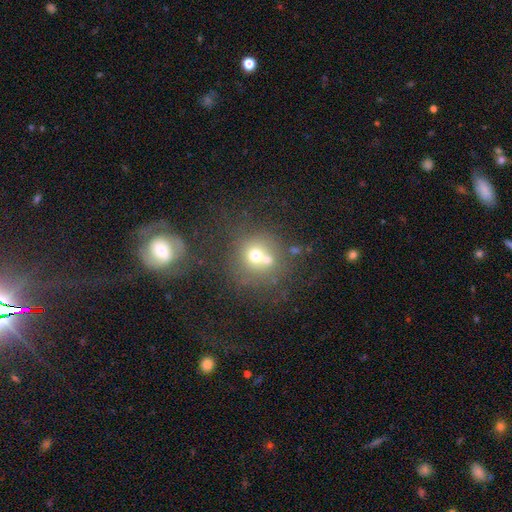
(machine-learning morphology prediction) Smooth or featured? smooth (62%)
How rounded? round (88%)
Merging? none (44%)